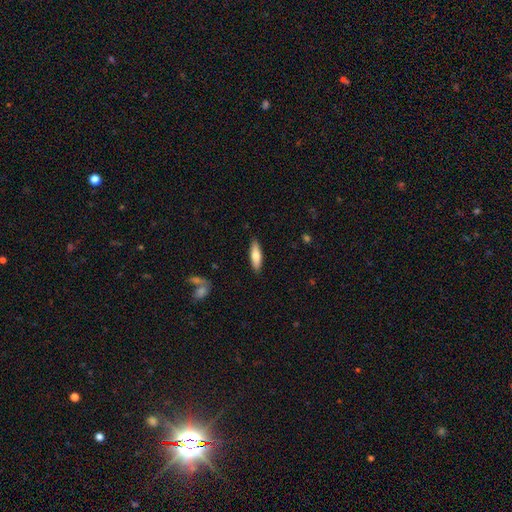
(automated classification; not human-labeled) Smooth or featured? Predicted: smooth (p=0.71). How rounded? Predicted: cigar-shaped (p=0.57). Merging? Predicted: none (p=0.89).